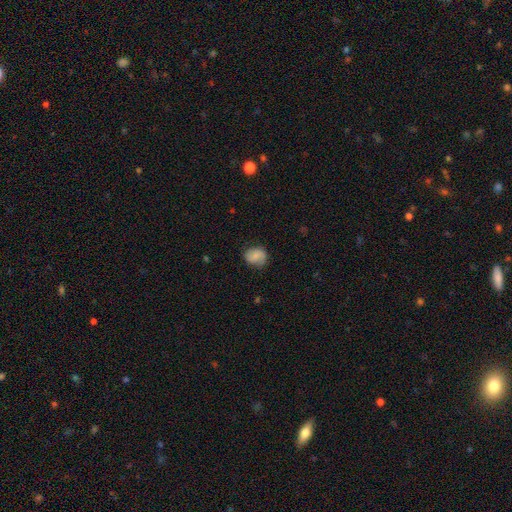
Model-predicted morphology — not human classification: type=smooth (63%); roundness=round (60%); merging=none (71%).